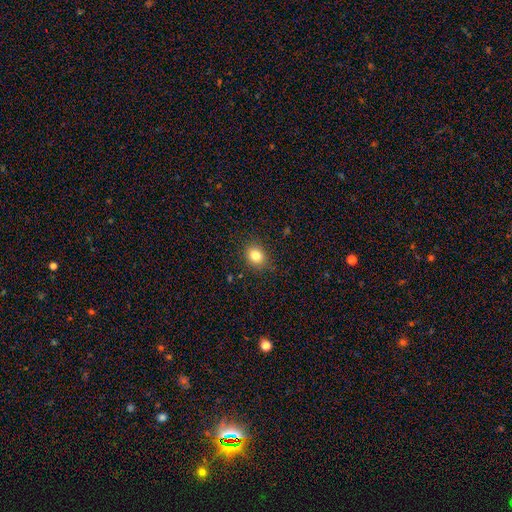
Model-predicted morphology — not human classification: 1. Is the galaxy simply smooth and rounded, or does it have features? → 82% smooth, 11% star or artifact, 7% featured or disk.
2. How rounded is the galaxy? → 59% round, 40% in between, 1% cigar-shaped.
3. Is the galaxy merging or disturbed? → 87% none, 9% minor disturbance, 3% major disturbance, 1% merger.